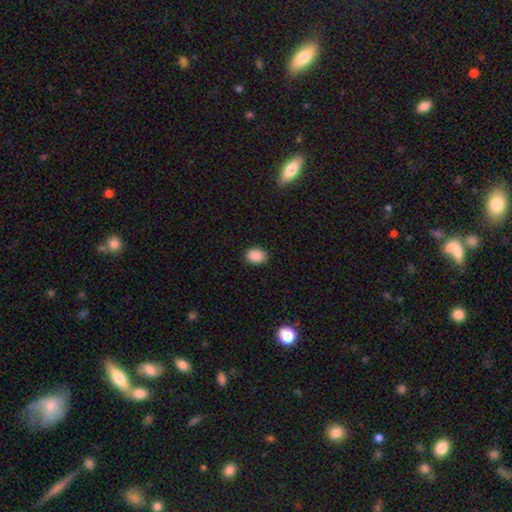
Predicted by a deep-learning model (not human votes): This appears to be a smooth galaxy with no disk features (89%) that is in between round and cigar-shaped (66%). Merging: none (88%).